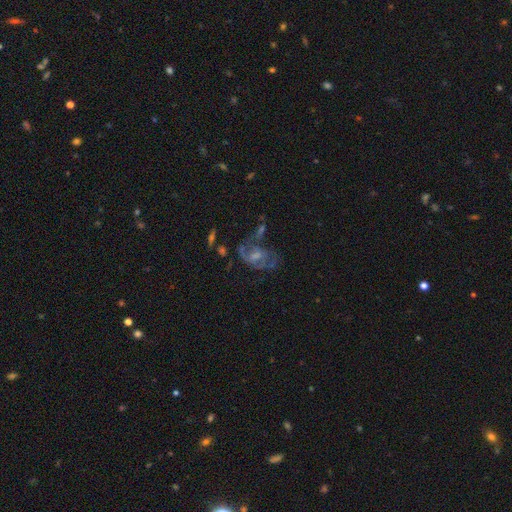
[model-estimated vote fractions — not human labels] smooth-or-featured: featured or disk: 68% | smooth: 17% | star or artifact: 15%
  disk-edge-on: no: 96% | yes: 4%
    bar: no: 52% | weak: 39% | strong: 10%
    has-spiral-arms: yes: 73% | no: 27%
    bulge-size: small: 43% | moderate: 42% | none: 9% | large: 4% | dominant: 2%
  merging: none: 42% | major disturbance: 26% | minor disturbance: 18% | merger: 14%